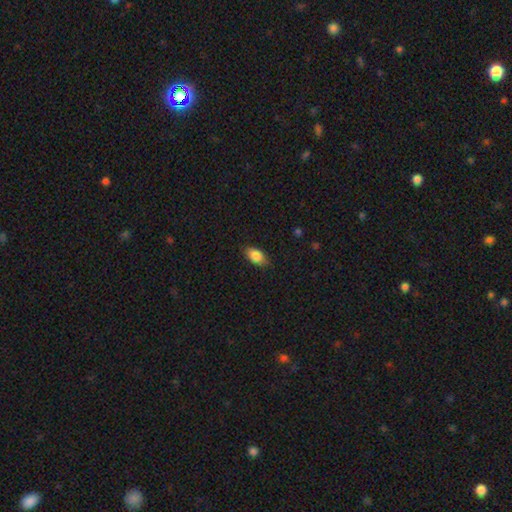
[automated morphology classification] Overall: smooth (86%). How rounded: in between (90%). Merging: none (82%).